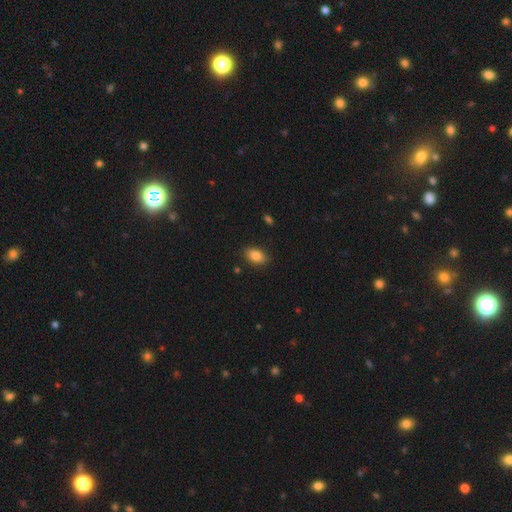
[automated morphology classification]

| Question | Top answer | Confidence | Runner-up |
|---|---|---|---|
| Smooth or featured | smooth | 85% | star or artifact (8%) |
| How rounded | in between | 88% | round (10%) |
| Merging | none | 87% | minor disturbance (9%) |